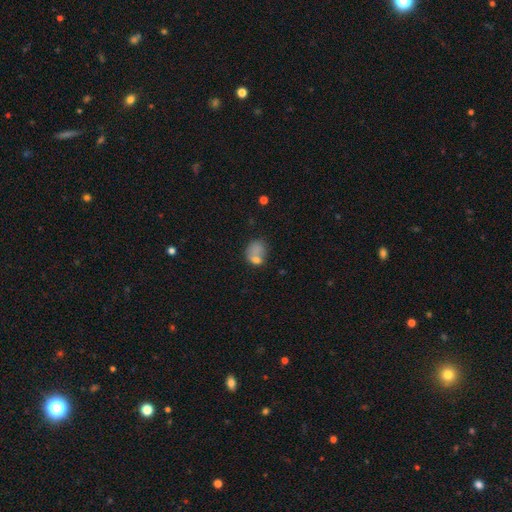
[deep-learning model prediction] smooth_or_featured: smooth (p=0.72) [alt: featured or disk p=0.16]
how_rounded: round (p=0.53) [alt: in between p=0.46]
merging: none (p=0.38) [alt: merger p=0.28]